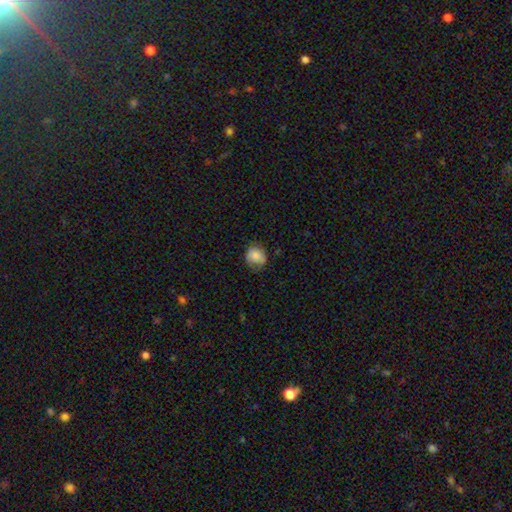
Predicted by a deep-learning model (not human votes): Smooth or featured? smooth (82%)
How rounded? round (70%)
Merging? none (64%)